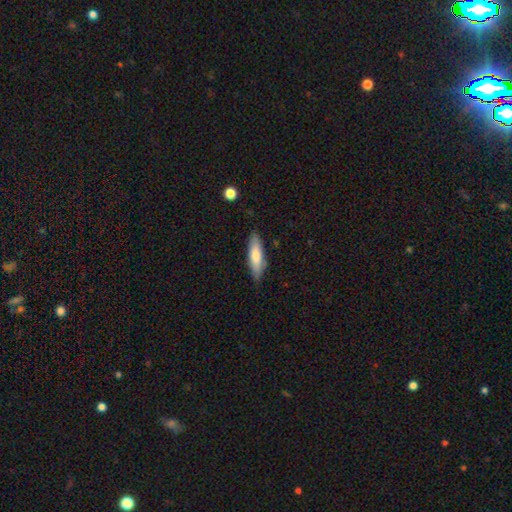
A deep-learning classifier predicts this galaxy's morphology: Smooth or featured?
  - smooth: 73% *
  - featured or disk: 21%
  - star or artifact: 6%
How rounded?
  - cigar-shaped: 55% *
  - in between: 44%
  - round: 2%
Merging?
  - none: 81% *
  - minor disturbance: 15%
  - major disturbance: 3%
  - merger: 2%